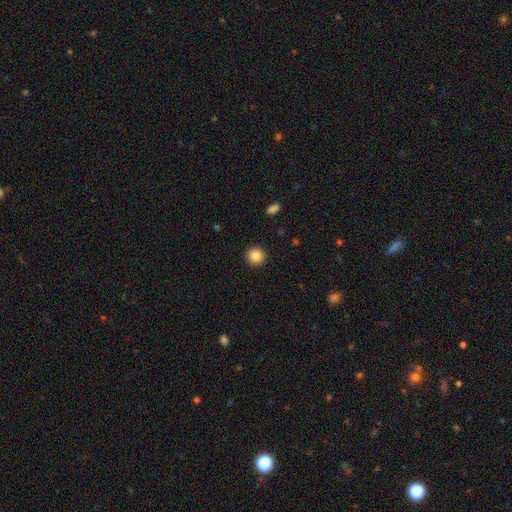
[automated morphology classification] Smooth or featured? smooth (85%)
How rounded? round (95%)
Merging? none (93%)